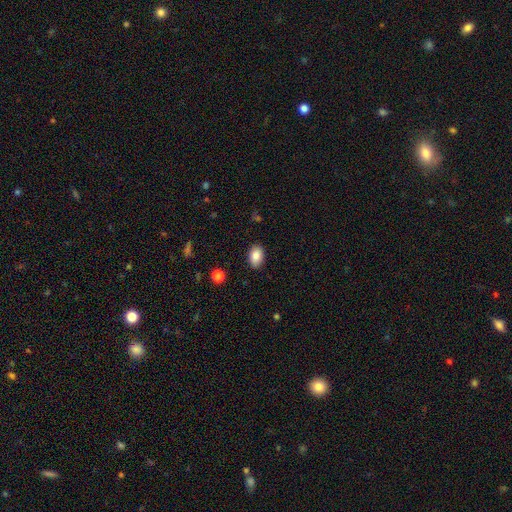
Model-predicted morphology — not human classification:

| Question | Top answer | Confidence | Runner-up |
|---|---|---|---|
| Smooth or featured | smooth | 85% | star or artifact (8%) |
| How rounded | in between | 87% | round (12%) |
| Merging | none | 88% | minor disturbance (9%) |